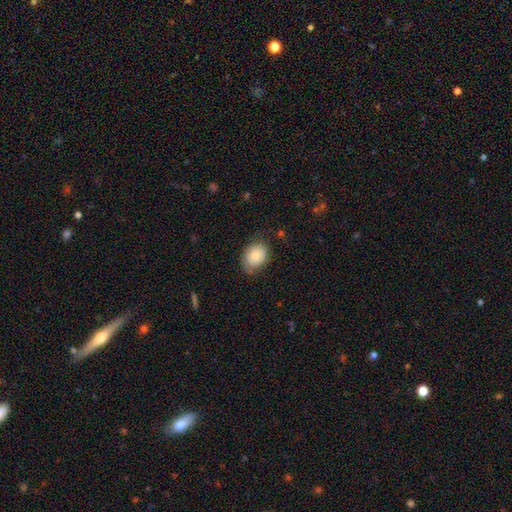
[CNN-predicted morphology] smooth-or-featured: smooth: 78% | featured or disk: 15% | star or artifact: 7%
  how-rounded: in between: 62% | round: 37% | cigar-shaped: 1%
  merging: none: 71% | minor disturbance: 22% | major disturbance: 6% | merger: 1%